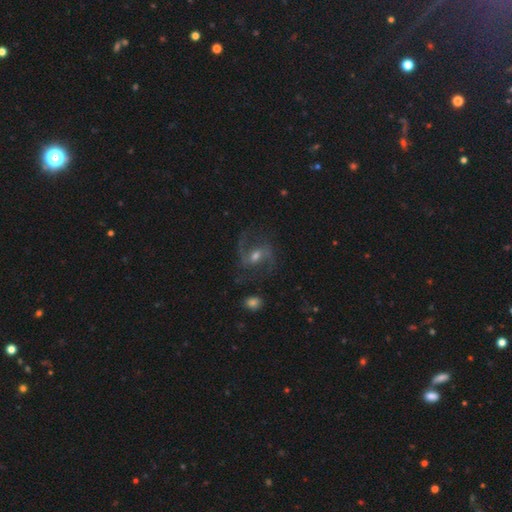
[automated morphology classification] smooth_or_featured: featured or disk (p=0.85) [alt: star or artifact p=0.08]
disk_edge_on: no (p=0.97) [alt: yes p=0.03]
bar: weak (p=0.48) [alt: strong p=0.28]
has_spiral_arms: yes (p=0.96) [alt: no p=0.04]
spiral_winding: medium (p=0.52) [alt: loose p=0.36]
spiral_arm_count: 2 (p=0.85) [alt: 3 p=0.05]
bulge_size: moderate (p=0.57) [alt: small p=0.36]
merging: none (p=0.73) [alt: minor disturbance p=0.15]